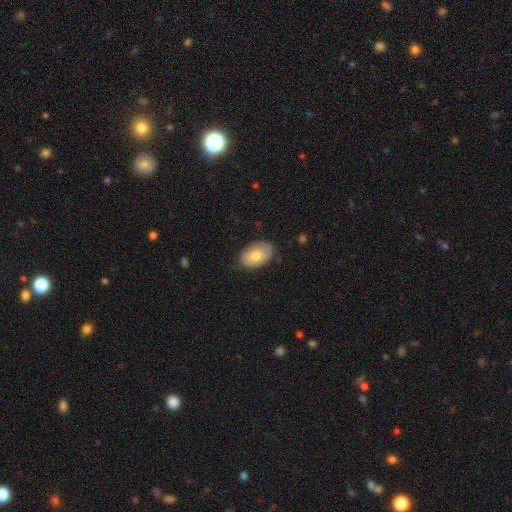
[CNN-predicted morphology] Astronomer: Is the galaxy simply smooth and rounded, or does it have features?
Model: smooth — 76%.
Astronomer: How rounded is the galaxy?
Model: in between — 92%.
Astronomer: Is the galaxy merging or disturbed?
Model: none — 80%.